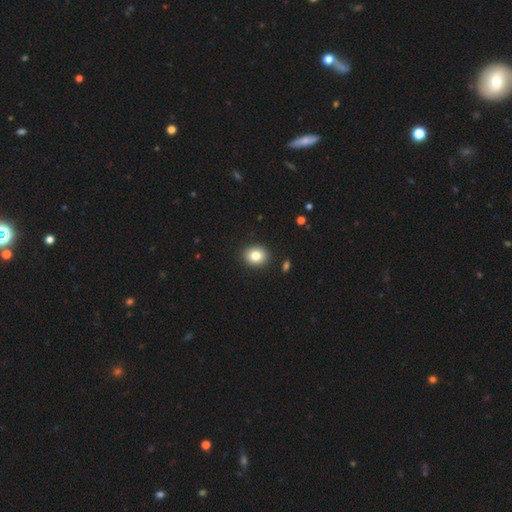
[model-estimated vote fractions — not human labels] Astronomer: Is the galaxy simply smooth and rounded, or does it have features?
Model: smooth — 82%.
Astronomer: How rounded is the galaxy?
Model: round — 68%.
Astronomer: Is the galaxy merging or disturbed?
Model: none — 91%.